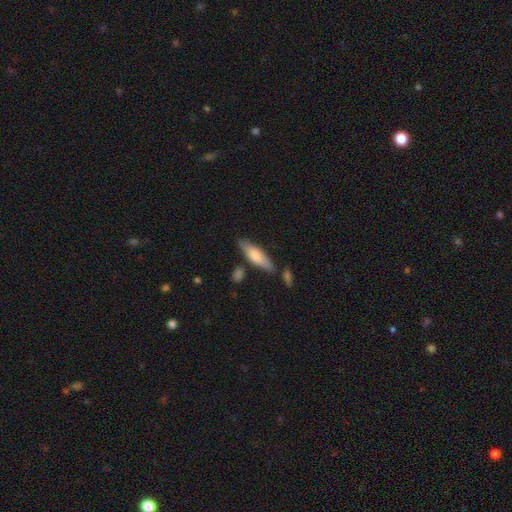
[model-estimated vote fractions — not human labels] This is likely a smooth galaxy (70%). How rounded: possibly cigar-shaped (55%). Merging: likely none (74%).